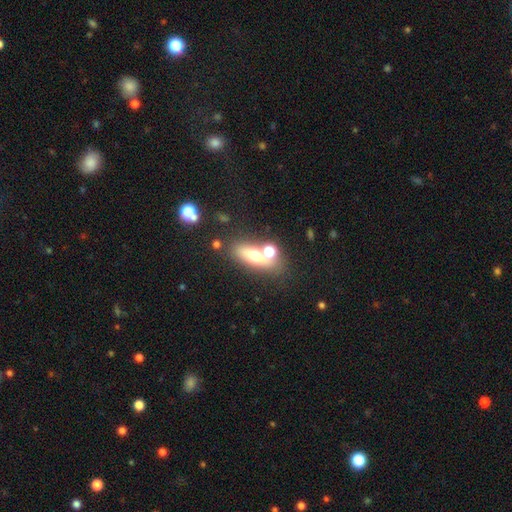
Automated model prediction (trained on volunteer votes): A smooth galaxy with no disk features (57%) that is in between round and cigar-shaped (61%).

Vote fractions:
- Smooth or featured? smooth: 57% / featured or disk: 30% / star or artifact: 13%
- How rounded? in between: 61% / cigar-shaped: 24% / round: 15%
- Merging? none: 54% / merger: 28% / minor disturbance: 12% / major disturbance: 6%